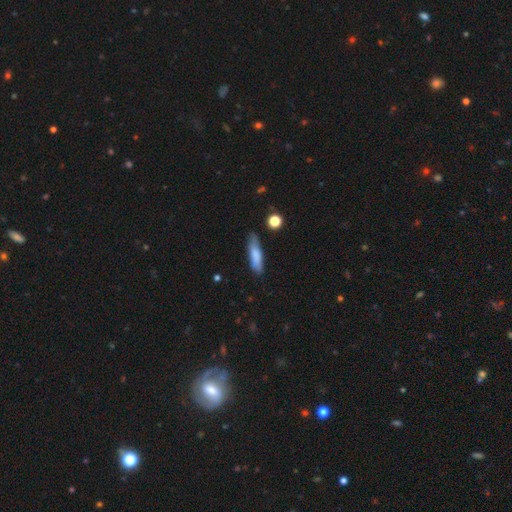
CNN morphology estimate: smooth 78%, featured or disk 15%, star or artifact 7%. Down the decision tree: how rounded — cigar-shaped (69%); merging — none (72%).